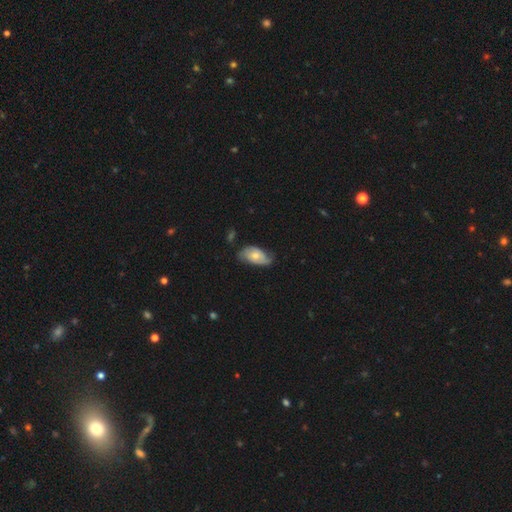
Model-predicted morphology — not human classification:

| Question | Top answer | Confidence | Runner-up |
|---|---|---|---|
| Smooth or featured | featured or disk | 51% | smooth (43%) |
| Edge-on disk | no | 93% | yes (7%) |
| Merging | none | 58% | minor disturbance (32%) |